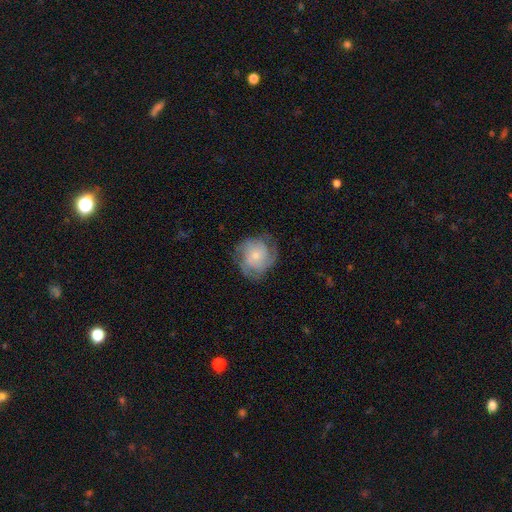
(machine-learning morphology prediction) Smooth or featured? featured or disk (64%)
Edge-on disk? no (98%)
Bar? no (82%)
Spiral arms? yes (86%)
Spiral winding? tight (53%)
Spiral arm count? can't tell (34%)
Bulge size? small (66%)
Merging? none (66%)